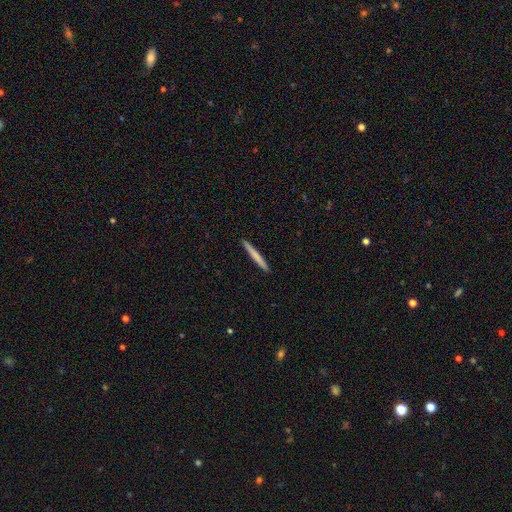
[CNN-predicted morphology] Q: Smooth or featured?
A: smooth (71%); runner-up: featured or disk (24%)
Q: How rounded?
A: cigar-shaped (97%); runner-up: in between (2%)
Q: Merging?
A: none (93%); runner-up: minor disturbance (5%)